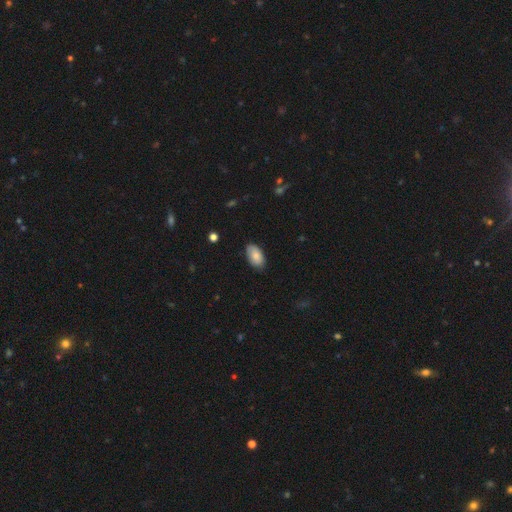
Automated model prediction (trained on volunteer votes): This appears to be a smooth galaxy with no disk features (82%) that is in between round and cigar-shaped (95%). Merging: none (81%).